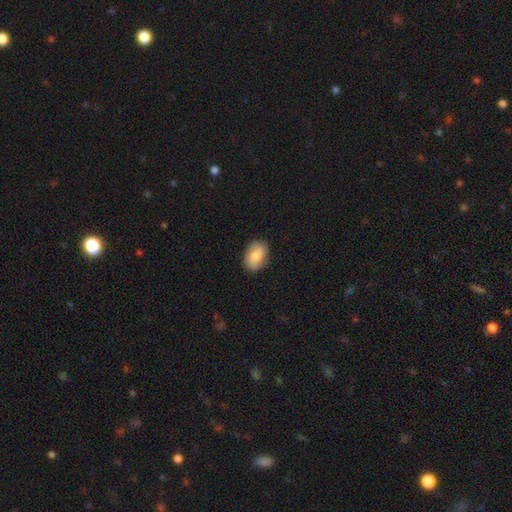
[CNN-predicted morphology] This is likely a smooth galaxy (79%). How rounded: clearly in between (84%). Merging: clearly none (81%).